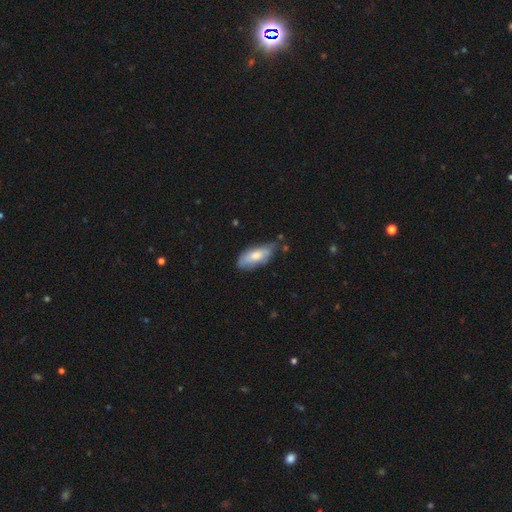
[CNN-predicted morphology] type=smooth (69%); roundness=in between (79%); merging=none (57%).